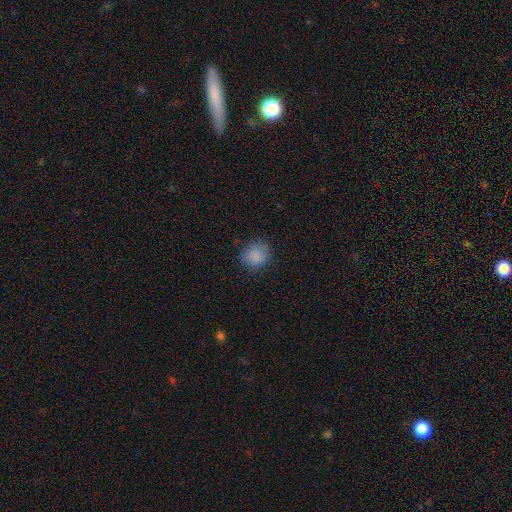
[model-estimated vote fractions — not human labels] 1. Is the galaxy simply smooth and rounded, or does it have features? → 87% smooth, 9% star or artifact, 4% featured or disk.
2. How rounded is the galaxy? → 85% round, 15% in between, 1% cigar-shaped.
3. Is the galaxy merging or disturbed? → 84% none, 12% minor disturbance, 3% major disturbance, 1% merger.